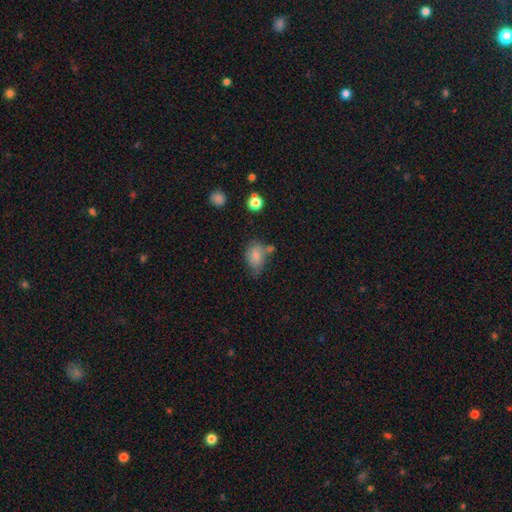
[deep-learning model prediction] The model was most divided on "merging": none: 39%, minor disturbance: 32%, merger: 16%, major disturbance: 13%. More confident: smooth or featured — smooth (76%); how rounded — in between (71%).